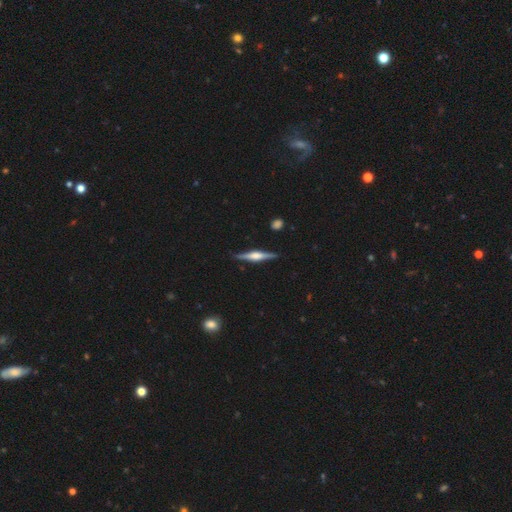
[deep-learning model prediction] Overall: featured or disk (77%). Edge-on disk: yes (98%). Edge-on bulge: rounded (75%). Merging: none (89%).